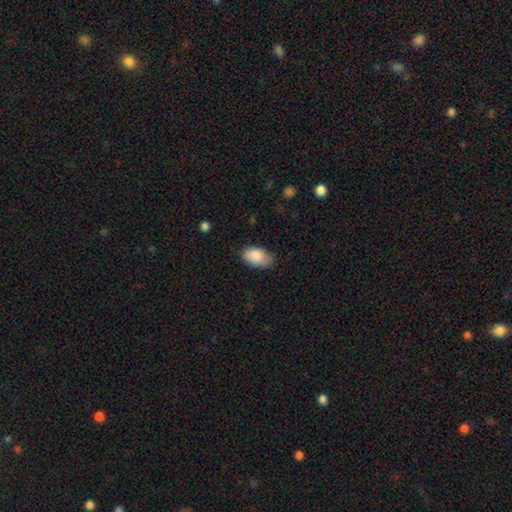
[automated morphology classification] This is clearly a smooth galaxy (87%). How rounded: clearly in between (94%). Merging: likely none (72%).